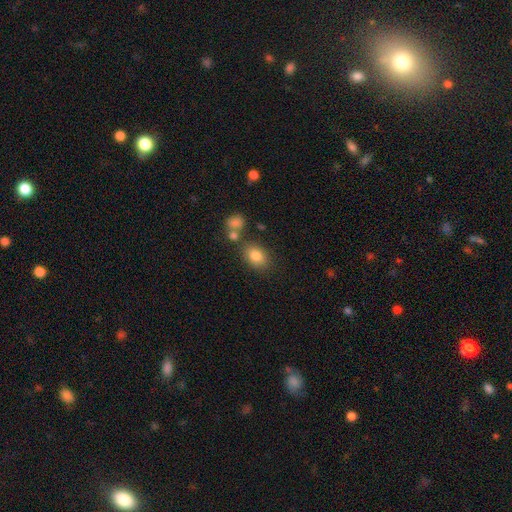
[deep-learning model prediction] A smooth galaxy with no disk features (82%) that is in between round and cigar-shaped (72%).

Vote fractions:
- Smooth or featured? smooth: 82% / star or artifact: 10% / featured or disk: 9%
- How rounded? in between: 72% / round: 27% / cigar-shaped: 1%
- Merging? none: 72% / minor disturbance: 13% / merger: 11% / major disturbance: 4%